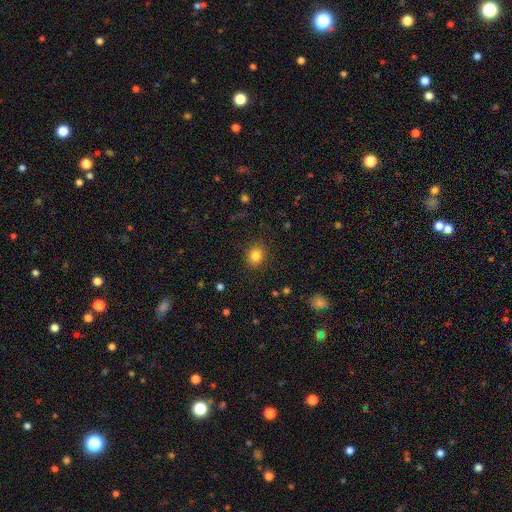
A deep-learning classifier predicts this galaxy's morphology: Overall: smooth (83%). How rounded: round (71%). Merging: none (88%).